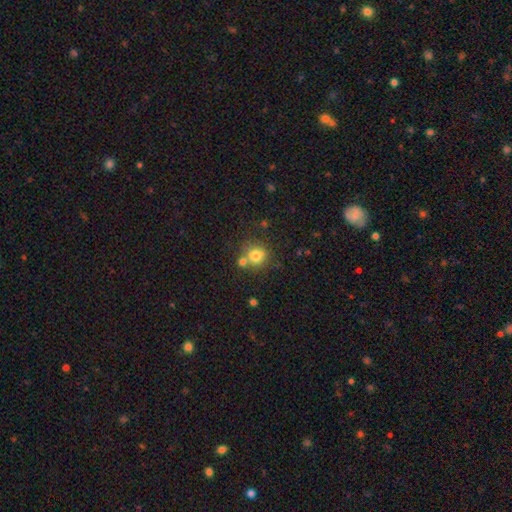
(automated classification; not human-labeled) Overall: smooth (76%). How rounded: round (86%). Merging: none (62%; merger 23%).